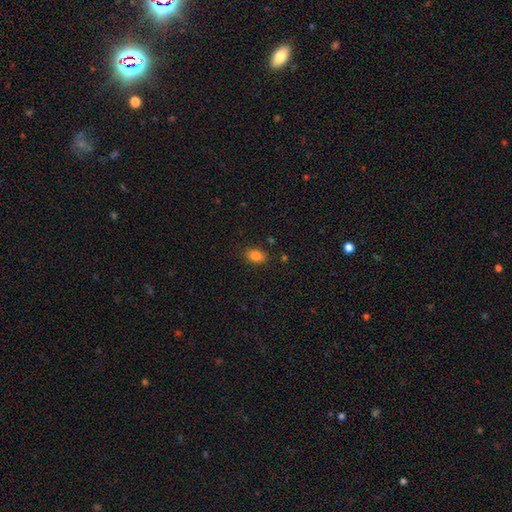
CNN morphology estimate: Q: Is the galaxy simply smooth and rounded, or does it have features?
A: smooth — 85%.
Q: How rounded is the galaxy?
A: in between — 83%.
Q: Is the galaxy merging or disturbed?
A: none — 84%.